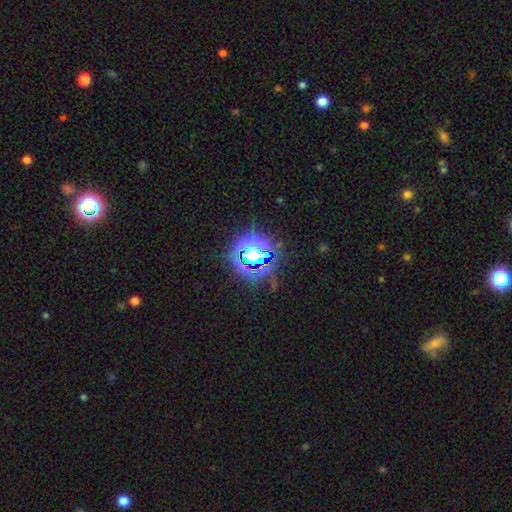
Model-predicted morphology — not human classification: This appears to be a star or artifact, not a galaxy (68%).